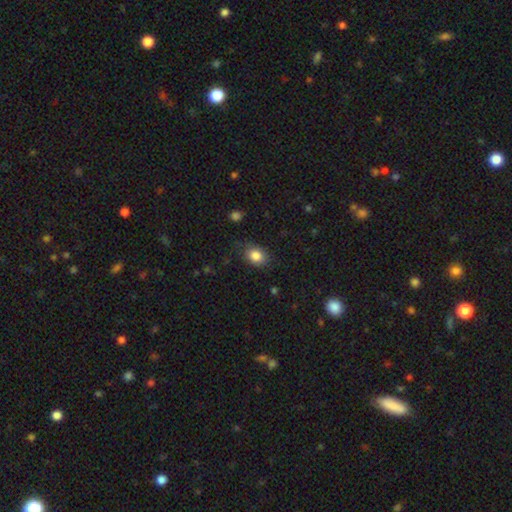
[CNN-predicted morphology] type=smooth (85%); roundness=in between (58%); merging=none (76%).